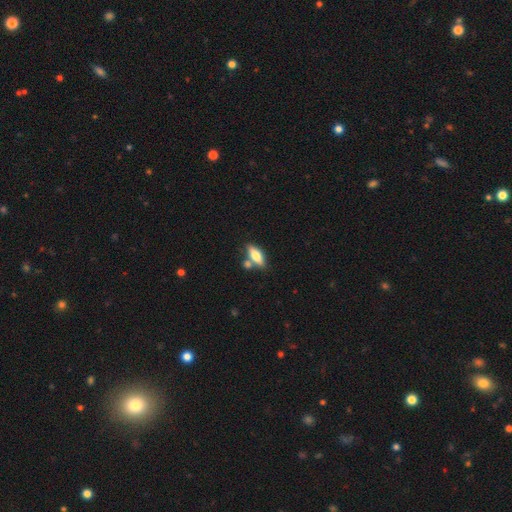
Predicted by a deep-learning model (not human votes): Smooth or featured: smooth — 66% (featured or disk — 27%)
How rounded: in between — 69% (cigar-shaped — 28%)
Merging: none — 65% (merger — 20%)